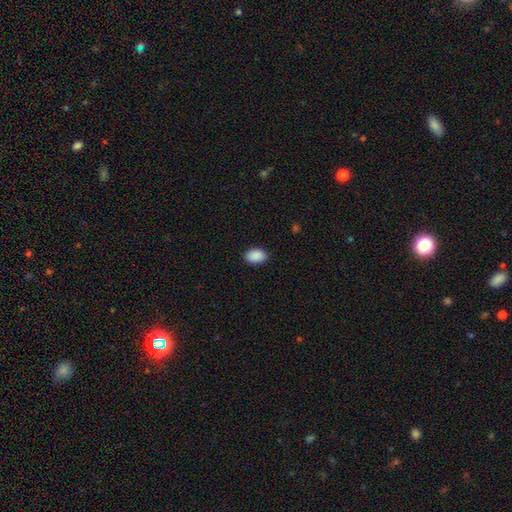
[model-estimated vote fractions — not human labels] This is clearly a smooth galaxy (90%). How rounded: clearly in between (87%). Merging: clearly none (88%).